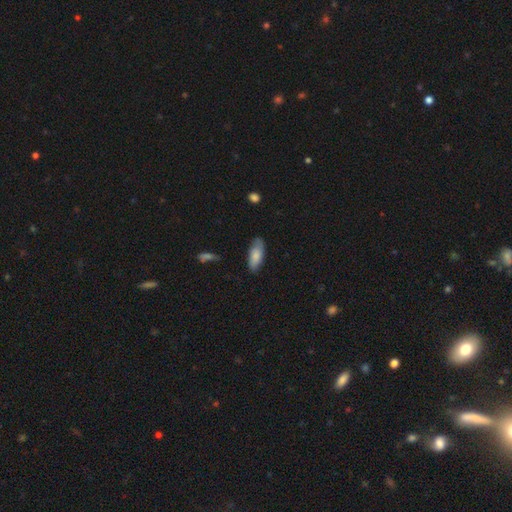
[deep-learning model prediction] smooth-or-featured: smooth: 81% | featured or disk: 13% | star or artifact: 6%
  how-rounded: in between: 78% | cigar-shaped: 20% | round: 2%
  merging: none: 77% | minor disturbance: 18% | major disturbance: 3% | merger: 2%